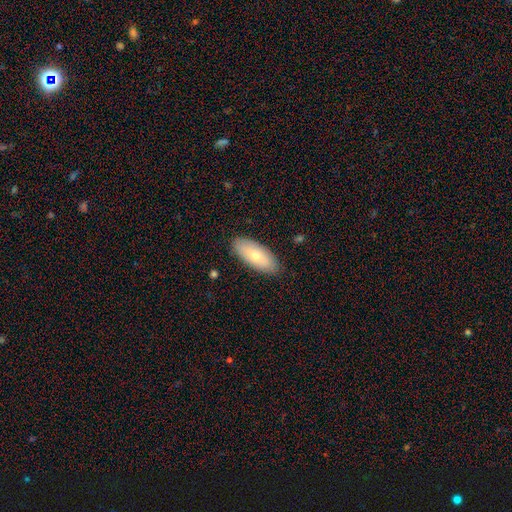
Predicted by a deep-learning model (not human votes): Smooth or featured: smooth — 69% (featured or disk — 25%)
How rounded: in between — 85% (cigar-shaped — 12%)
Merging: none — 87% (minor disturbance — 10%)